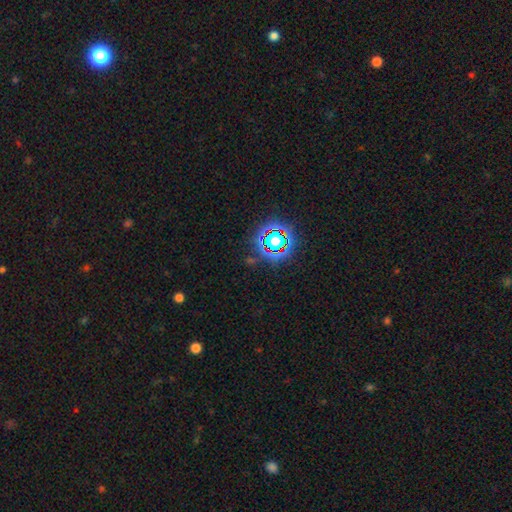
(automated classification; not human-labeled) Morphology: type=star or artifact (78%).